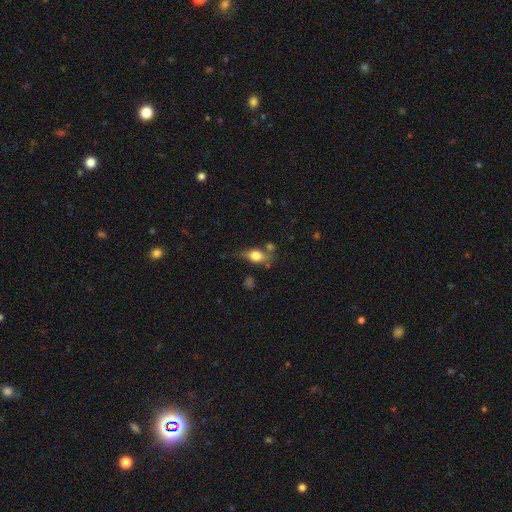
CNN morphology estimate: The model was most divided on "merging": none: 51%, minor disturbance: 25%, major disturbance: 12%, merger: 11%. More confident: how rounded — in between (71%); smooth or featured — smooth (69%).